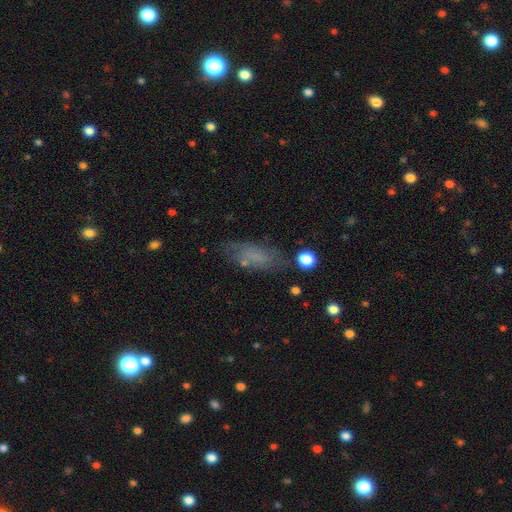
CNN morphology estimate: smooth-or-featured: smooth: 60% | featured or disk: 27% | star or artifact: 14%
  how-rounded: in between: 74% | cigar-shaped: 22% | round: 4%
  merging: none: 64% | minor disturbance: 21% | major disturbance: 10% | merger: 4%